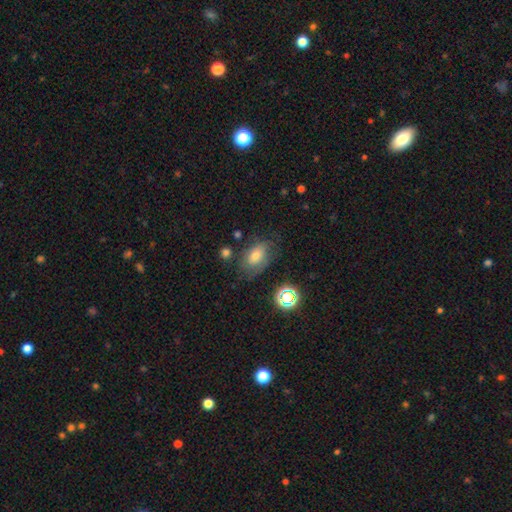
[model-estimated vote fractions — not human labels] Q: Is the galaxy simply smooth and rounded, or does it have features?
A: smooth — 55%.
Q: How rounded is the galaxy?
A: in between — 82%.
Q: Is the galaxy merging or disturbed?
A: none — 64%.